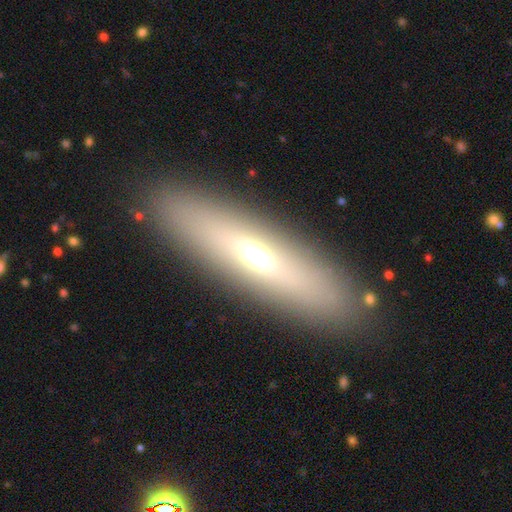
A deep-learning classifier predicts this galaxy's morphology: Smooth or featured: smooth — 52% (featured or disk — 38%)
How rounded: cigar-shaped — 62% (in between — 36%)
Merging: none — 87% (minor disturbance — 8%)